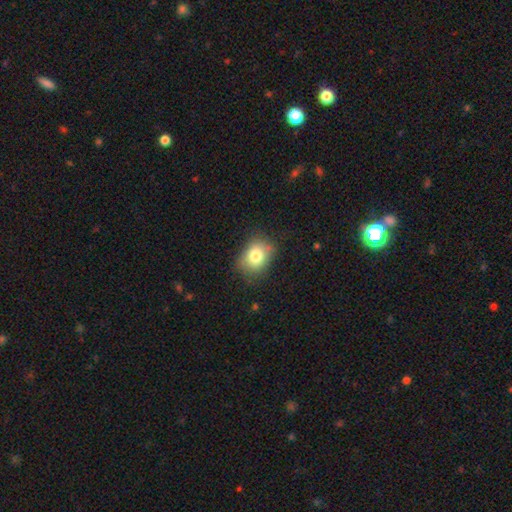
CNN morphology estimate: This is likely a smooth galaxy (80%). How rounded: likely in between (61%). Merging: likely none (74%).